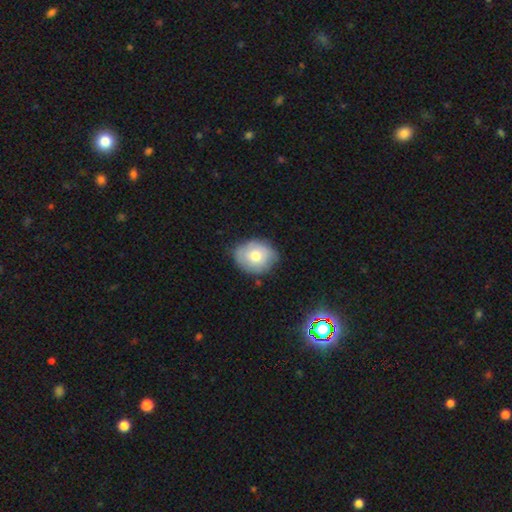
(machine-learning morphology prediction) Smooth or featured: smooth — 68% (featured or disk — 25%)
How rounded: round — 60% (in between — 39%)
Merging: none — 73% (minor disturbance — 21%)